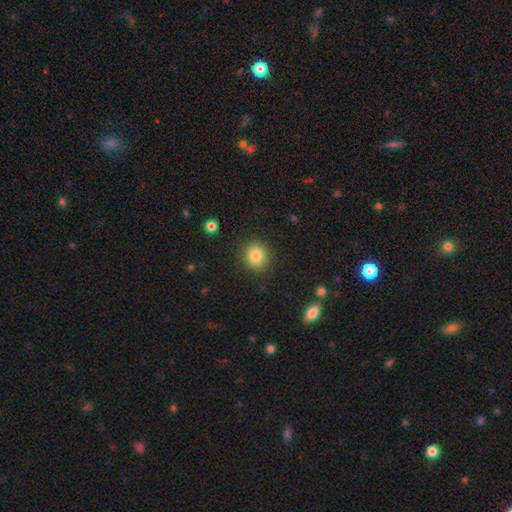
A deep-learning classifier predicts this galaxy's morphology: Smooth or featured? smooth (83%)
How rounded? round (88%)
Merging? none (89%)